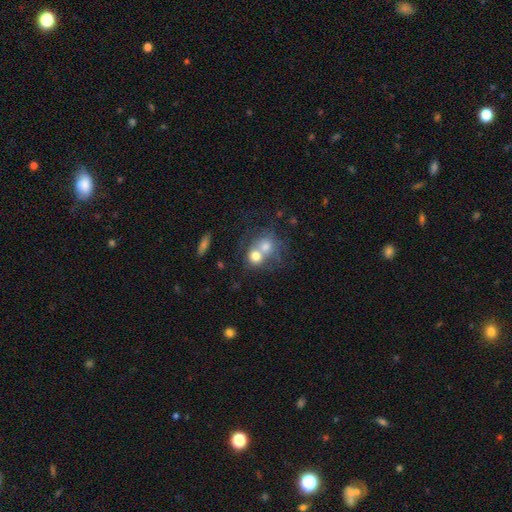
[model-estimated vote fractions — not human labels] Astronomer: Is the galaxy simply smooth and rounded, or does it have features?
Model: smooth — 68%.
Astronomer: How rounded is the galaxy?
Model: round — 71%.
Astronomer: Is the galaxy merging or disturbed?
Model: merger — 68%.